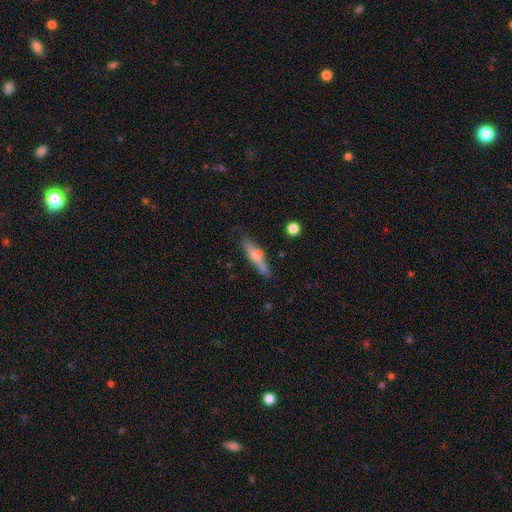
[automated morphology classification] Smooth or featured? featured or disk (51%)
Edge-on disk? yes (90%)
Merging? none (72%)